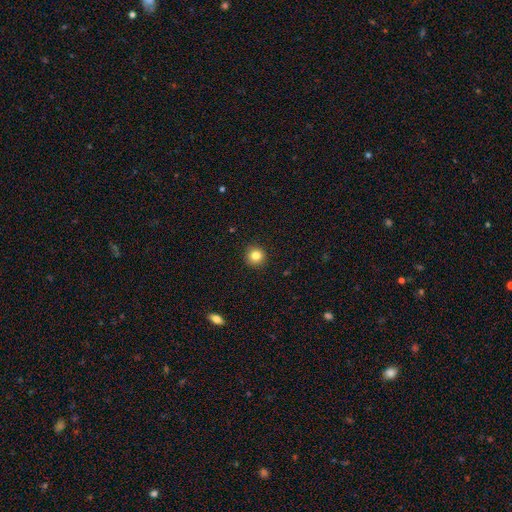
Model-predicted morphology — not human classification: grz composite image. It shows a smooth galaxy with no disk features (83%) that is round (94%). Merging: none (92%).